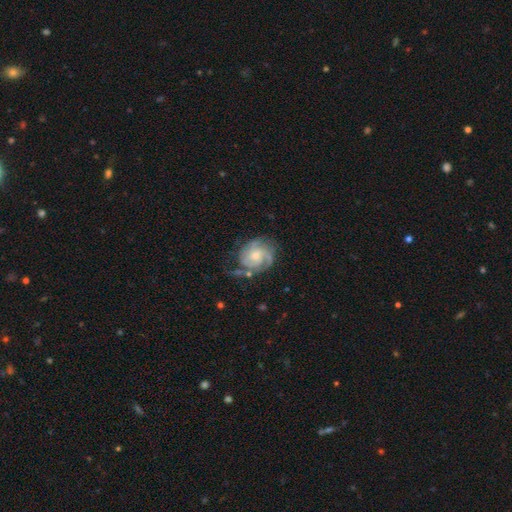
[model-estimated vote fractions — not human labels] Morphology: type=featured or disk (81%); edge-on=no (98%); bar=no (70%); spiral arms=yes (94%); winding=tight (54%); arm count=2 (32%); bulge=small (52%); merging=none (56%).